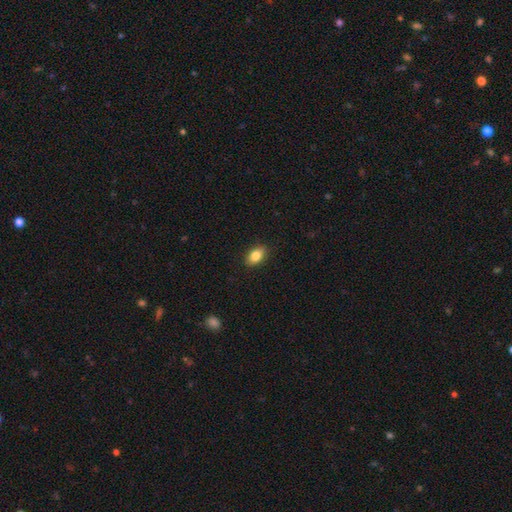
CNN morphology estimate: Overall: smooth (84%). How rounded: in between (86%). Merging: none (87%).